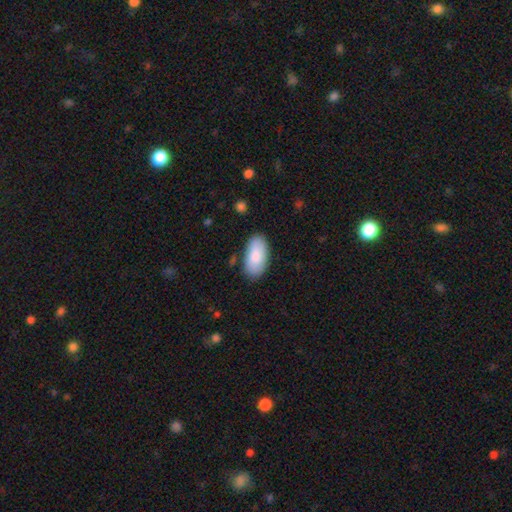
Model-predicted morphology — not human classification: smooth-or-featured: smooth: 86% | featured or disk: 8% | star or artifact: 5%
  how-rounded: in between: 95% | cigar-shaped: 3% | round: 2%
  merging: none: 82% | minor disturbance: 13% | major disturbance: 3% | merger: 2%